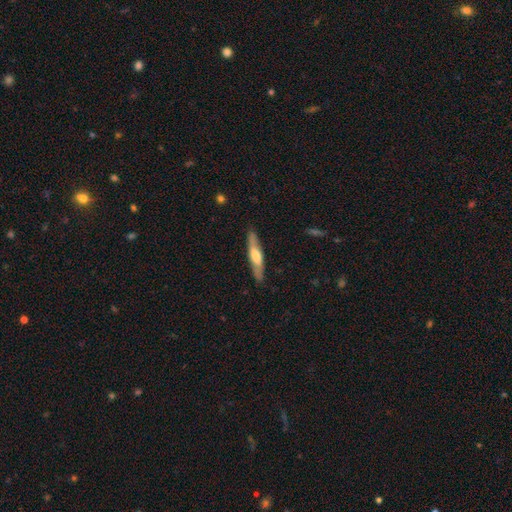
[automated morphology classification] Q: Smooth or featured?
A: featured or disk (51%); runner-up: smooth (44%)
Q: Edge-on disk?
A: yes (85%); runner-up: no (15%)
Q: Merging?
A: none (86%); runner-up: minor disturbance (10%)